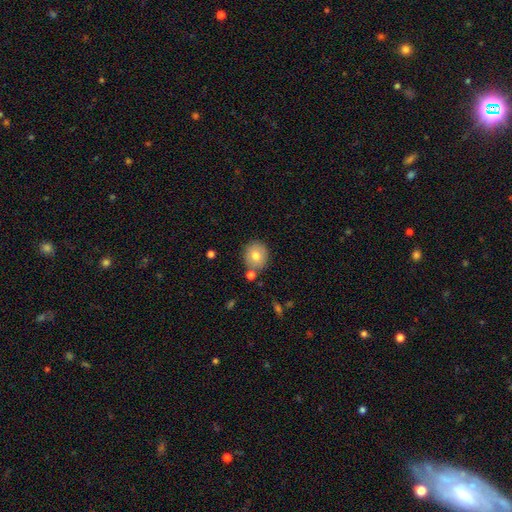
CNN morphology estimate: Smooth or featured? Predicted: smooth (p=0.74). How rounded? Predicted: round (p=0.76). Merging? Predicted: none (p=0.77).